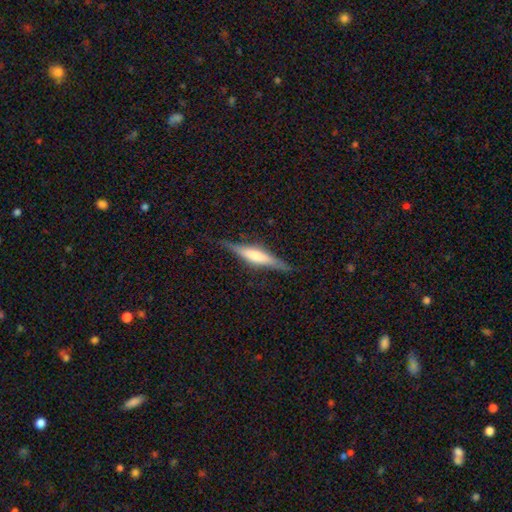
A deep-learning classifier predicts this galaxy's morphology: The model was most divided on "smooth or featured": featured or disk: 60%, smooth: 34%, star or artifact: 6%. More confident: edge-on disk — yes (95%); merging — none (81%); edge-on bulge — rounded (57%).